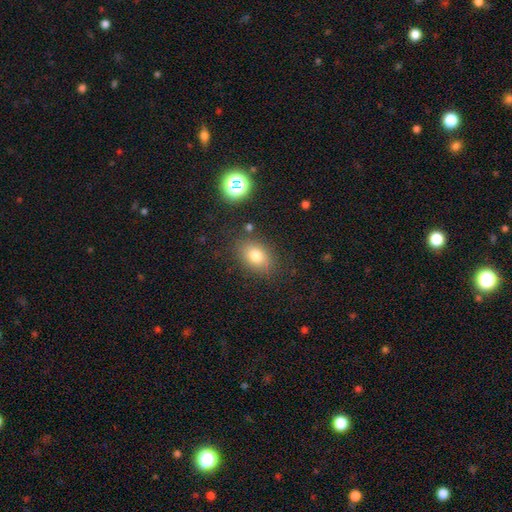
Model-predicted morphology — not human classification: This appears to be a smooth galaxy with no disk features (77%) that is in between round and cigar-shaped (75%). Merging: none (81%).